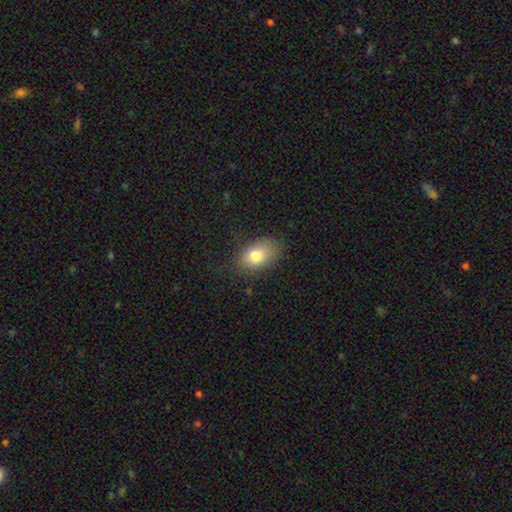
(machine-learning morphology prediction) Smooth or featured?
  - smooth: 80% *
  - featured or disk: 11%
  - star or artifact: 9%
How rounded?
  - in between: 87% *
  - round: 12%
  - cigar-shaped: 2%
Merging?
  - none: 72% *
  - minor disturbance: 19%
  - major disturbance: 7%
  - merger: 1%